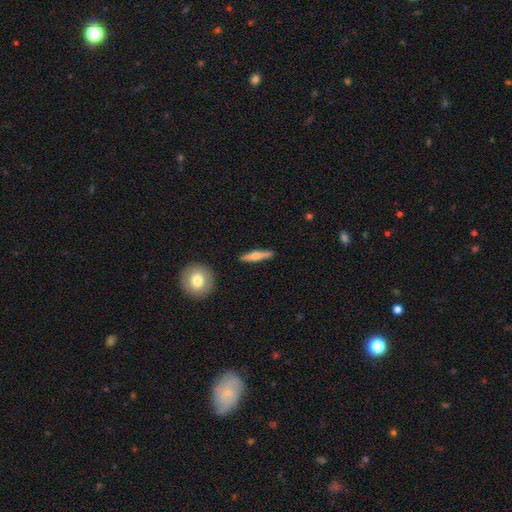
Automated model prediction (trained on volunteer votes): Smooth or featured?
  - featured or disk: 51% *
  - smooth: 44%
  - star or artifact: 5%
Edge-on disk?
  - yes: 95% *
  - no: 5%
Merging?
  - none: 90% *
  - minor disturbance: 7%
  - merger: 2%
  - major disturbance: 2%